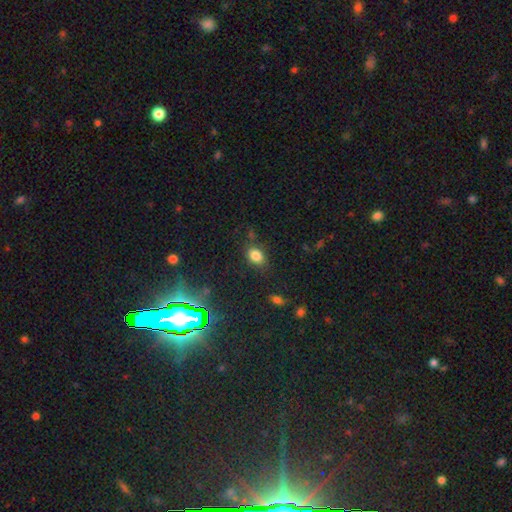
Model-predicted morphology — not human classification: Smooth or featured? Predicted: smooth (p=0.81). How rounded? Predicted: in between (p=0.75). Merging? Predicted: none (p=0.76).